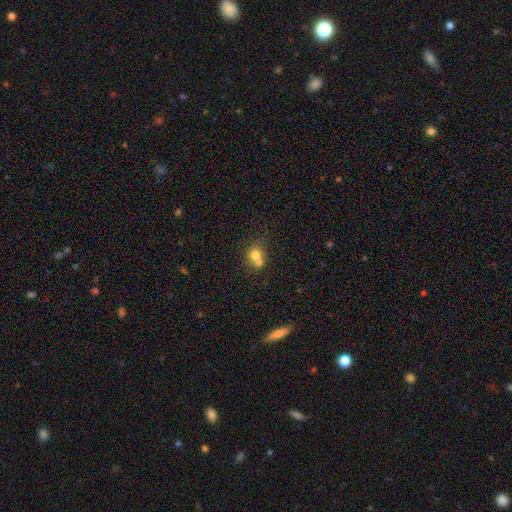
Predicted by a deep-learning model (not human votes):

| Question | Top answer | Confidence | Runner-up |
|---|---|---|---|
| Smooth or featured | smooth | 72% | featured or disk (16%) |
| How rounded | round | 75% | in between (24%) |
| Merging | merger | 55% | none (33%) |